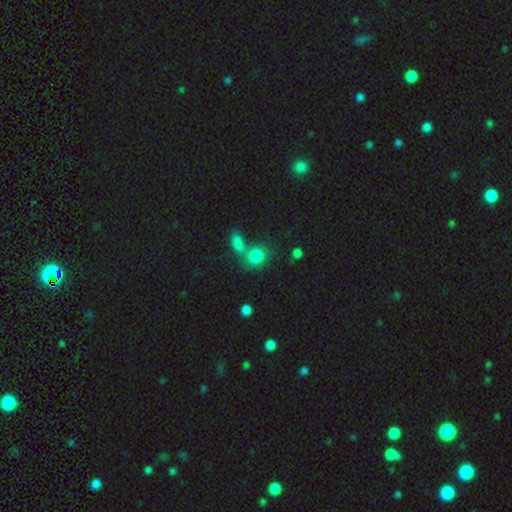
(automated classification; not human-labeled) This appears to be a smooth galaxy with no disk features (78%) that is round (64%). Merging: none (45%).